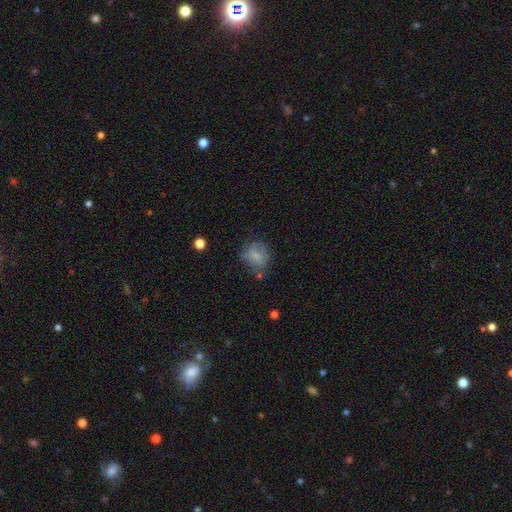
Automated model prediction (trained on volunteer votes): This appears to be a smooth galaxy with no disk features (70%) that is round (62%). Merging: none (59%).